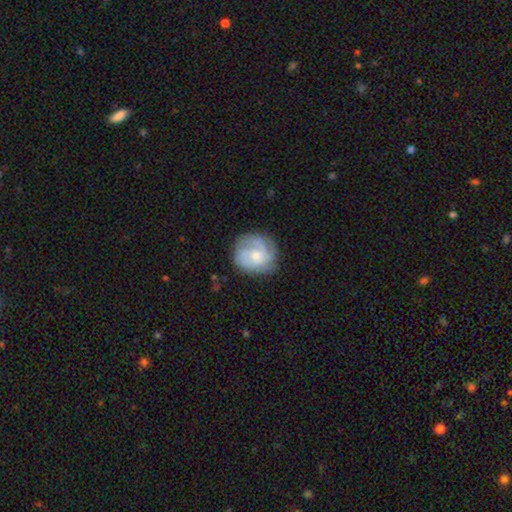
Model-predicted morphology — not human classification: Smooth or featured? featured or disk (71%)
Edge-on disk? no (98%)
Bar? no (72%)
Spiral arms? yes (91%)
Spiral winding? tight (55%)
Spiral arm count? 3 (34%)
Bulge size? moderate (49%)
Merging? none (71%)